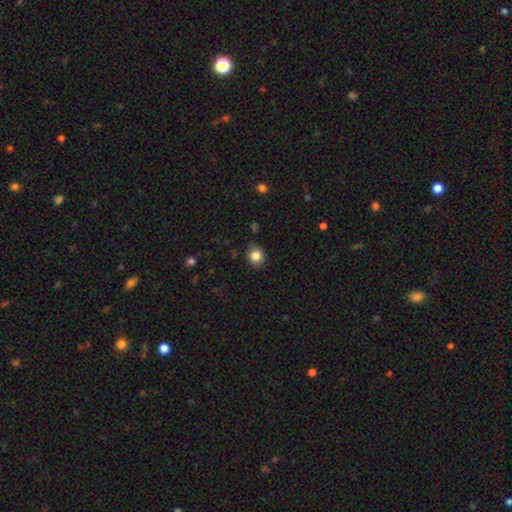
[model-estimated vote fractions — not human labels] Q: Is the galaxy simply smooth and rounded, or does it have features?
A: smooth — 84%.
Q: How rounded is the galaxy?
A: round — 76%.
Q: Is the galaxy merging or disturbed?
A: none — 82%.